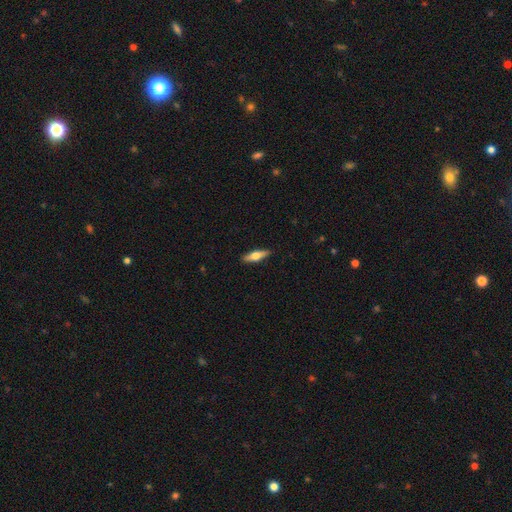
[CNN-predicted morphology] The model was most divided on "smooth or featured": smooth: 50%, featured or disk: 44%, star or artifact: 6%. More confident: merging — none (90%).